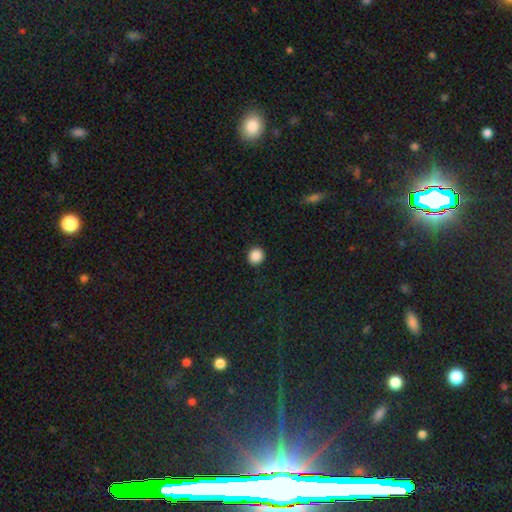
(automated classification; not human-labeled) Q: Smooth or featured?
A: smooth (88%); runner-up: star or artifact (9%)
Q: How rounded?
A: round (92%); runner-up: in between (7%)
Q: Merging?
A: none (93%); runner-up: minor disturbance (5%)